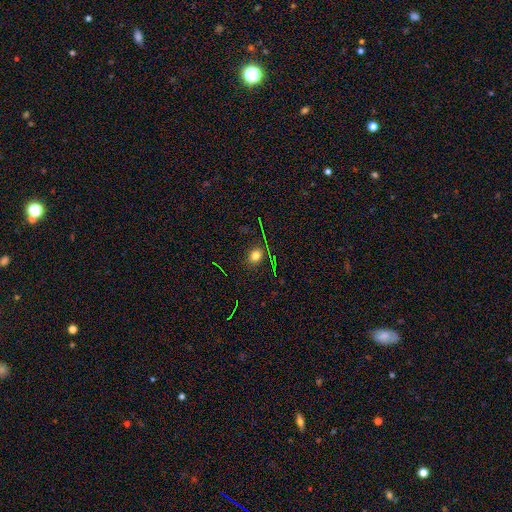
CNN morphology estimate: smooth_or_featured: smooth (p=0.72) [alt: star or artifact p=0.20]
how_rounded: round (p=0.58) [alt: in between p=0.40]
merging: none (p=0.85) [alt: minor disturbance p=0.10]